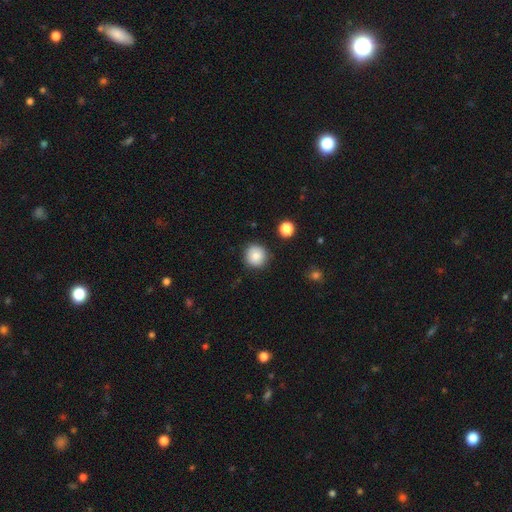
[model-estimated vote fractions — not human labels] Smooth or featured?
  - smooth: 85% *
  - star or artifact: 9%
  - featured or disk: 6%
How rounded?
  - round: 94% *
  - in between: 5%
  - cigar-shaped: 1%
Merging?
  - none: 88% *
  - minor disturbance: 8%
  - major disturbance: 2%
  - merger: 2%